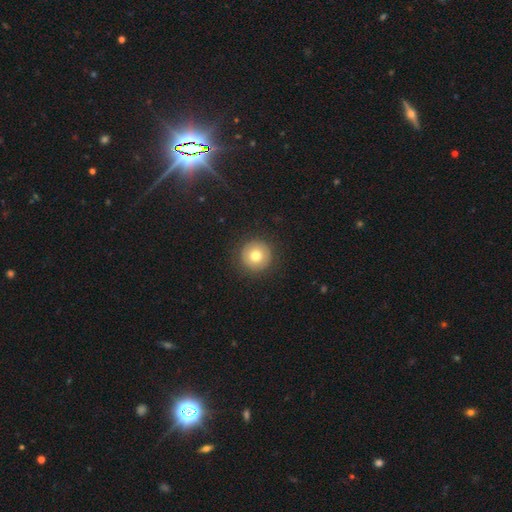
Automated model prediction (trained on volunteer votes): This is likely a smooth galaxy (75%). How rounded: clearly round (96%). Merging: clearly none (90%).